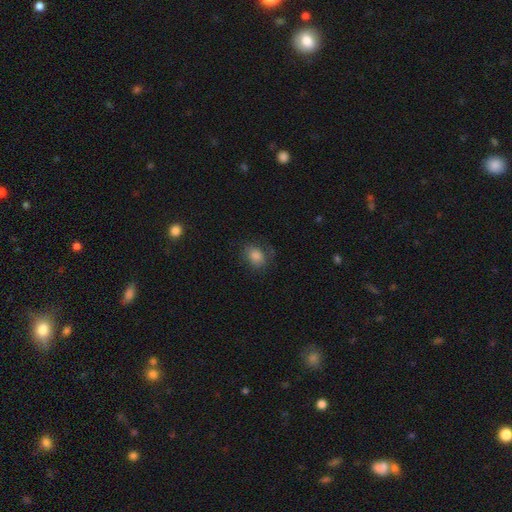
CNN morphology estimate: Smooth or featured? Predicted: smooth (p=0.83). How rounded? Predicted: in between (p=0.57). Merging? Predicted: none (p=0.70).